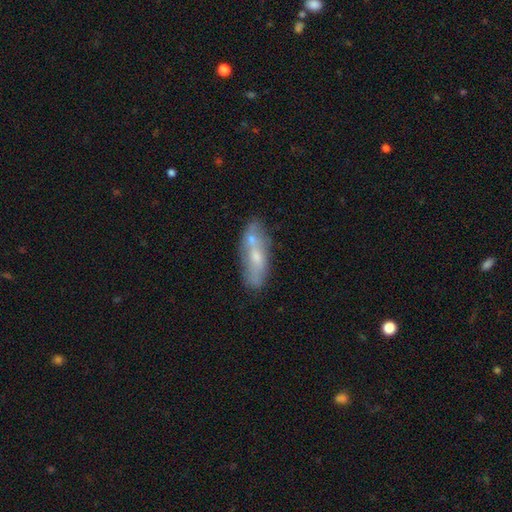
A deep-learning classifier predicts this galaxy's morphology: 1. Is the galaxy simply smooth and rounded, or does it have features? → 46% featured or disk (tied), 46% smooth (tied), 8% star or artifact.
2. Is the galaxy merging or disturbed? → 57% none, 19% minor disturbance, 18% merger, 7% major disturbance.